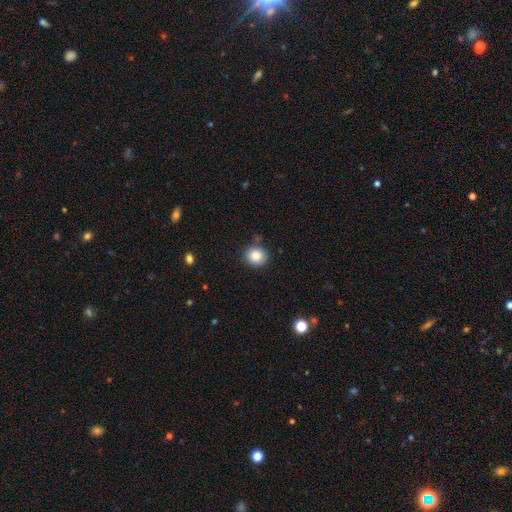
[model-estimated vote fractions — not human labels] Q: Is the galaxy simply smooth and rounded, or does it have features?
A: smooth — 85%.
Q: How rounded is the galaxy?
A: round — 81%.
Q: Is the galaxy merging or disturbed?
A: none — 82%.